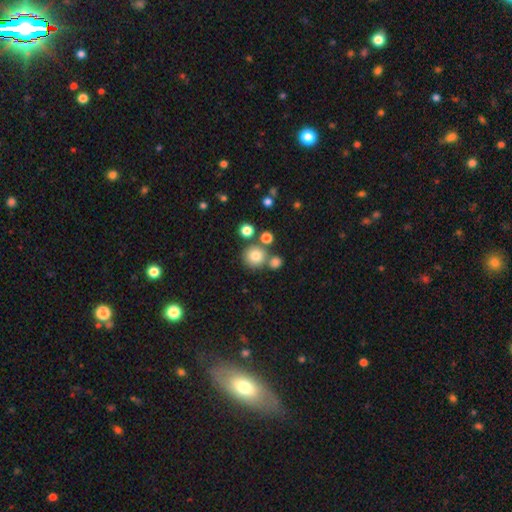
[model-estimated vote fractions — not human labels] A smooth galaxy with no disk features (78%) that is round (92%).

Vote fractions:
- Smooth or featured? smooth: 78% / star or artifact: 13% / featured or disk: 9%
- How rounded? round: 92% / in between: 7% / cigar-shaped: 1%
- Merging? none: 70% / merger: 18% / minor disturbance: 9% / major disturbance: 3%